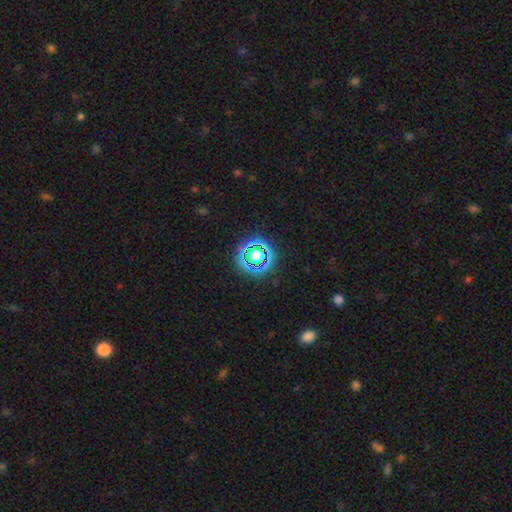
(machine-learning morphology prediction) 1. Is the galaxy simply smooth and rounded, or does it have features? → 55% star or artifact, 33% smooth, 12% featured or disk.